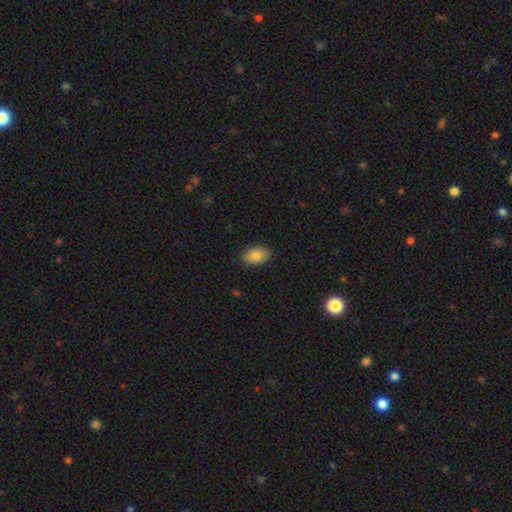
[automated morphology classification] Smooth or featured? smooth (83%)
How rounded? in between (88%)
Merging? none (87%)